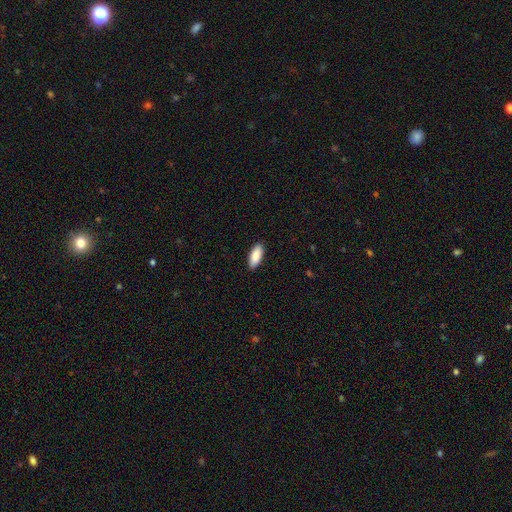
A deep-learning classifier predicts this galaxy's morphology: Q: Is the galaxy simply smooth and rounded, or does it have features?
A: smooth — 89%.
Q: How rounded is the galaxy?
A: in between — 81%.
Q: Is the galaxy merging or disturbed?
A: none — 89%.